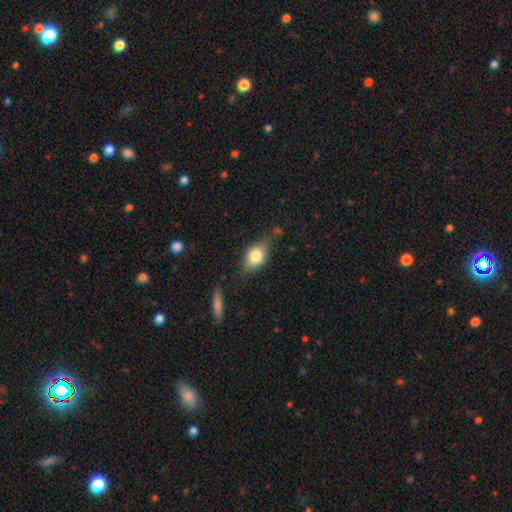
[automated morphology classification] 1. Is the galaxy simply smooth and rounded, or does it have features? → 71% smooth, 21% featured or disk, 8% star or artifact.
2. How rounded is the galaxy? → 78% in between, 17% round, 5% cigar-shaped.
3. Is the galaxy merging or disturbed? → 70% none, 21% minor disturbance, 6% major disturbance, 4% merger.